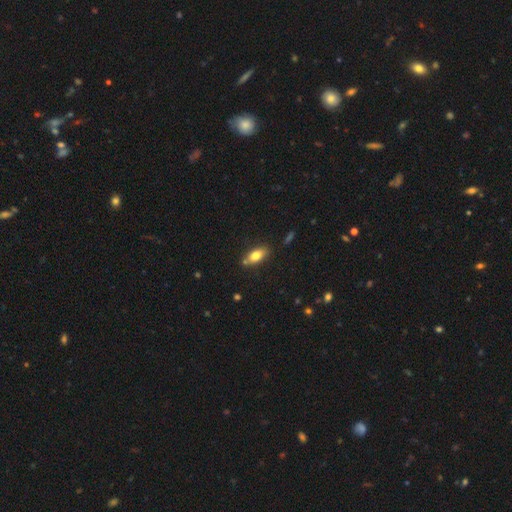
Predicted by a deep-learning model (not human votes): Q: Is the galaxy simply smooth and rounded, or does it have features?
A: smooth — 77%.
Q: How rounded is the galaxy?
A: in between — 85%.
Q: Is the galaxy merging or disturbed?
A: none — 74%.